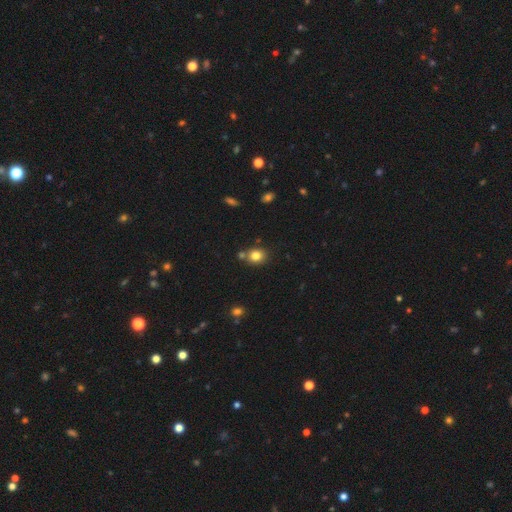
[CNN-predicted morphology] A smooth galaxy with no disk features (80%) that is round (65%). Merging: none (69%).